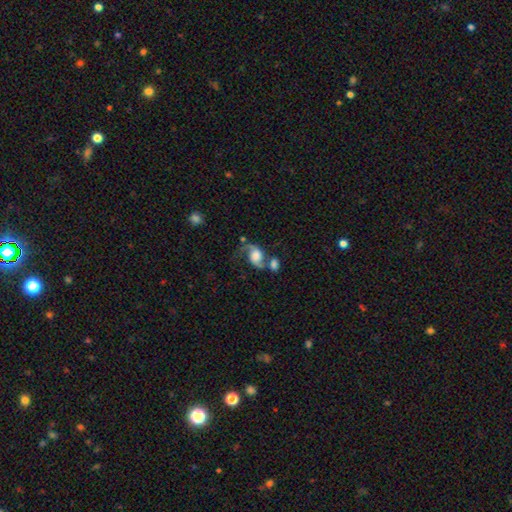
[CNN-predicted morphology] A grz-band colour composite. It shows a featured or disk galaxy (66%) with no bar (62%), 2 (73%) loose (67%) spiral arms (91%) and a large central bulge (44%). Merging: merger (36%).